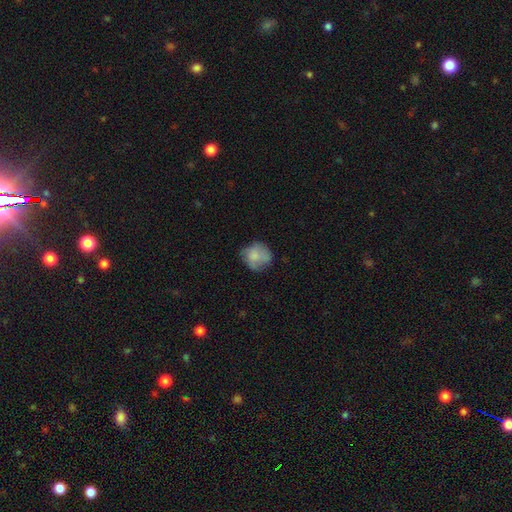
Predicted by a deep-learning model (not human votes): A smooth galaxy with no disk features (75%) that is round (79%).

Vote fractions:
- Smooth or featured? smooth: 75% / featured or disk: 17% / star or artifact: 8%
- How rounded? round: 79% / in between: 20% / cigar-shaped: 1%
- Merging? none: 58% / minor disturbance: 28% / major disturbance: 11% / merger: 2%